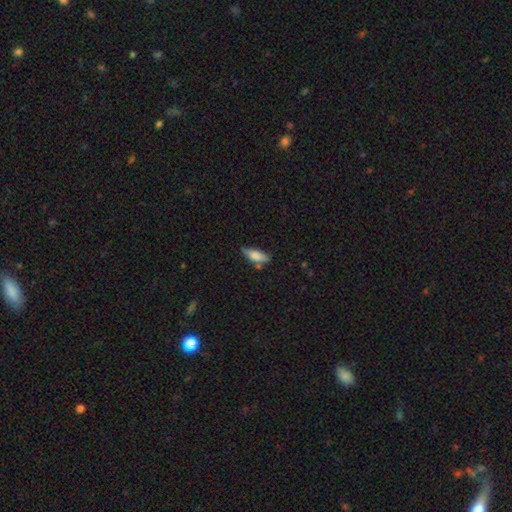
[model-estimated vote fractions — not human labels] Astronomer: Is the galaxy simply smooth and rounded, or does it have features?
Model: smooth — 76%.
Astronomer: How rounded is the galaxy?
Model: in between — 68%.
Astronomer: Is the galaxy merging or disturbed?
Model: none — 56%.